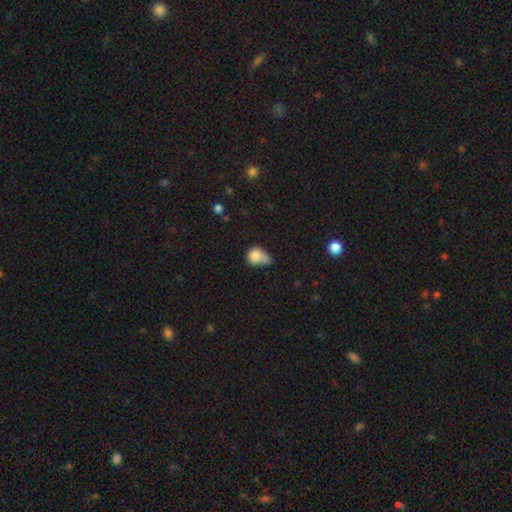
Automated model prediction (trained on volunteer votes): A smooth galaxy with no disk features (80%) that is round (57%). Merging: minor disturbance (32%).